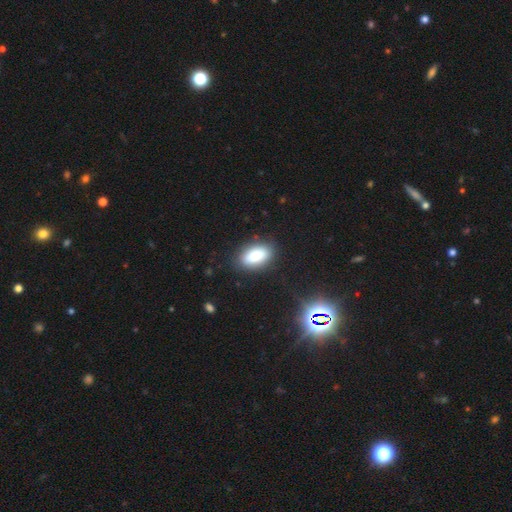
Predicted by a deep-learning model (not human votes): This is clearly a smooth galaxy (85%). How rounded: clearly in between (92%). Merging: clearly none (84%).